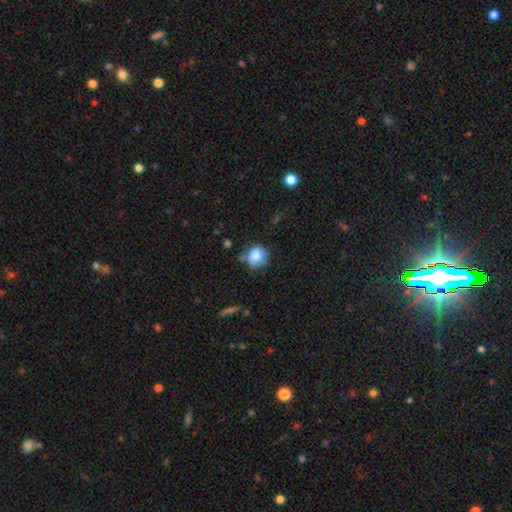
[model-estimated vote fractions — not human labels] Q: Smooth or featured?
A: smooth (81%); runner-up: featured or disk (10%)
Q: How rounded?
A: round (84%); runner-up: in between (15%)
Q: Merging?
A: none (59%); runner-up: minor disturbance (26%)